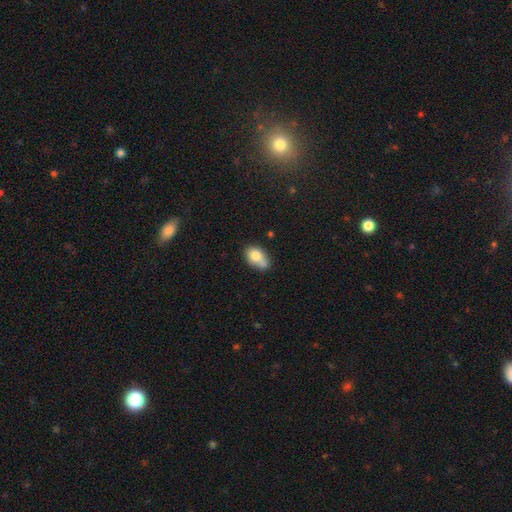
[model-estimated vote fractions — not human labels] This is likely a smooth galaxy (76%). How rounded: likely in between (78%). Merging: marginally none (40%).